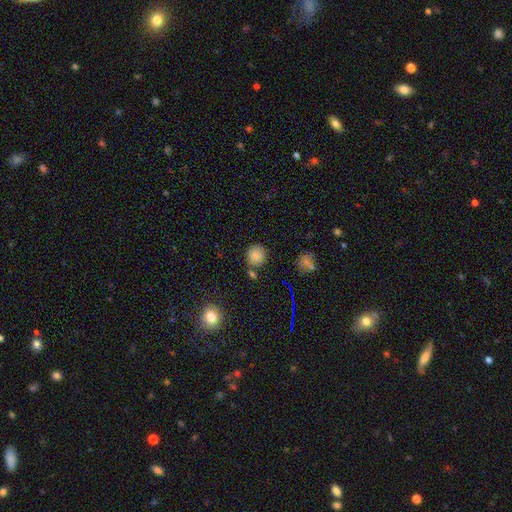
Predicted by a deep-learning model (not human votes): Smooth or featured: smooth — 80% (star or artifact — 13%)
How rounded: round — 90% (in between — 9%)
Merging: none — 77% (minor disturbance — 11%)